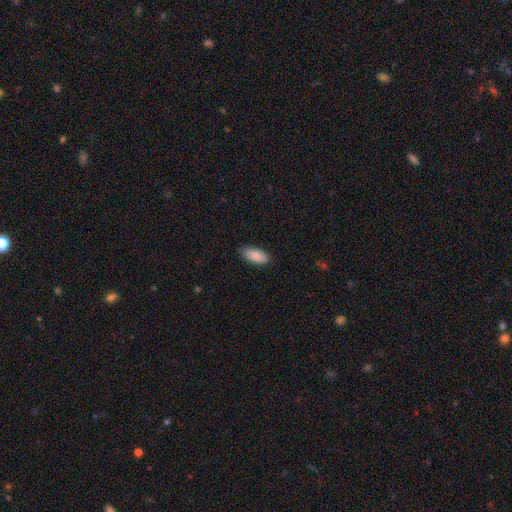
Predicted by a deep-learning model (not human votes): Smooth or featured?
  - smooth: 87% *
  - featured or disk: 7%
  - star or artifact: 6%
How rounded?
  - in between: 89% *
  - cigar-shaped: 9%
  - round: 2%
Merging?
  - none: 87% *
  - minor disturbance: 10%
  - major disturbance: 2%
  - merger: 1%